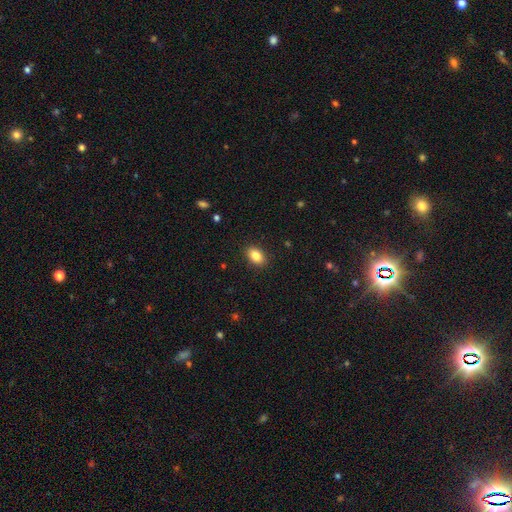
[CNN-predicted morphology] smooth_or_featured: smooth (p=0.85) [alt: star or artifact p=0.09]
how_rounded: in between (p=0.87) [alt: round p=0.11]
merging: none (p=0.89) [alt: minor disturbance p=0.08]